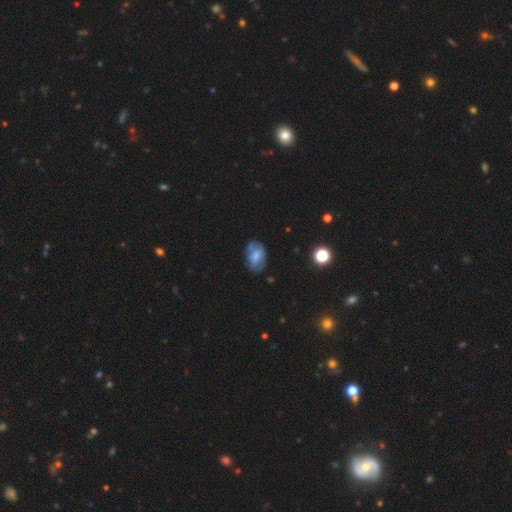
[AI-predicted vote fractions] Smooth or featured? smooth (58%)
How rounded? in between (84%)
Merging? none (62%)